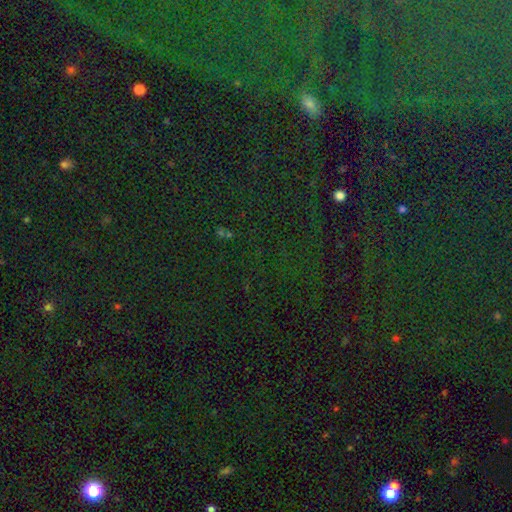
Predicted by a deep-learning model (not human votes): Morphology: type=star or artifact (80%).